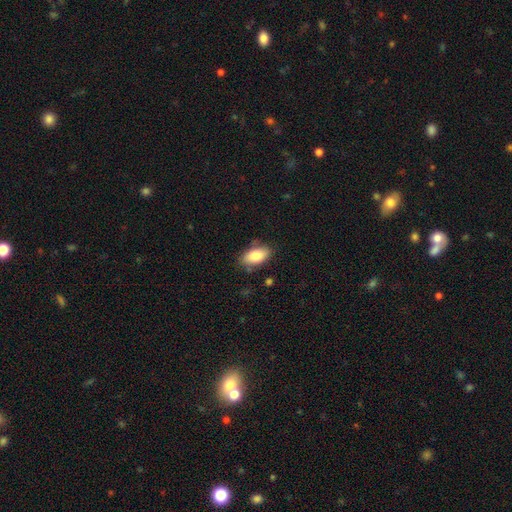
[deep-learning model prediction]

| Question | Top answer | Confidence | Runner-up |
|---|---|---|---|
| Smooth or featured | smooth | 85% | featured or disk (9%) |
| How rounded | in between | 91% | cigar-shaped (5%) |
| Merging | none | 79% | minor disturbance (15%) |